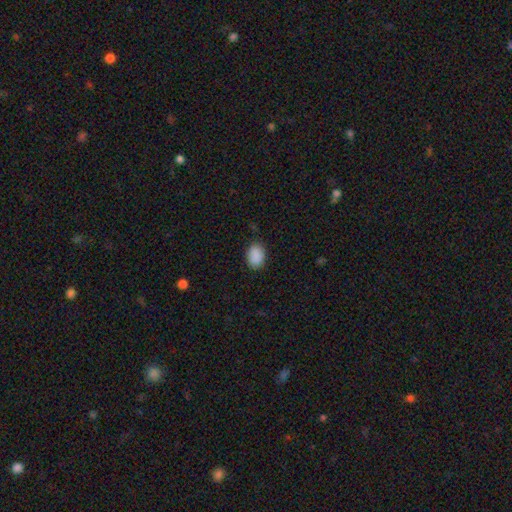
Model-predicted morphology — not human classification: Smooth or featured?
  - smooth: 90% *
  - star or artifact: 7%
  - featured or disk: 3%
How rounded?
  - in between: 79% *
  - round: 20%
  - cigar-shaped: 1%
Merging?
  - none: 85% *
  - minor disturbance: 11%
  - major disturbance: 3%
  - merger: 1%